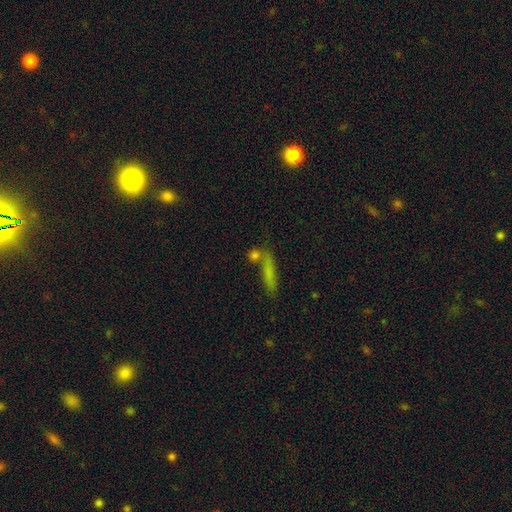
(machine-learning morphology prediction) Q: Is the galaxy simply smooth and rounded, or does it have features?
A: smooth — 71%.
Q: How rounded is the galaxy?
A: cigar-shaped — 37%.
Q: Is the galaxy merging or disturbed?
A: none — 52%.